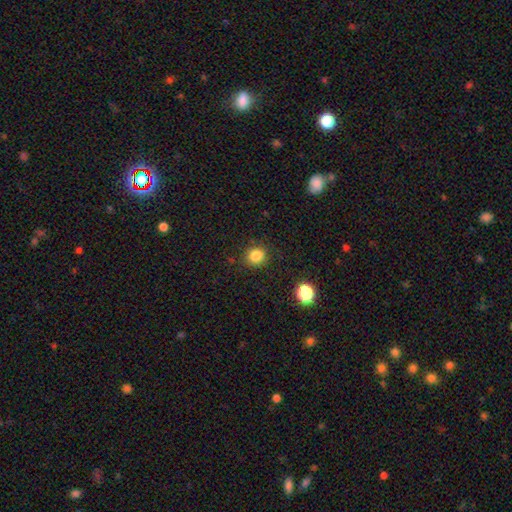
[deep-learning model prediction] Smooth or featured?
  - smooth: 84% *
  - star or artifact: 12%
  - featured or disk: 4%
How rounded?
  - round: 86% *
  - in between: 13%
  - cigar-shaped: 1%
Merging?
  - none: 88% *
  - minor disturbance: 8%
  - major disturbance: 3%
  - merger: 2%